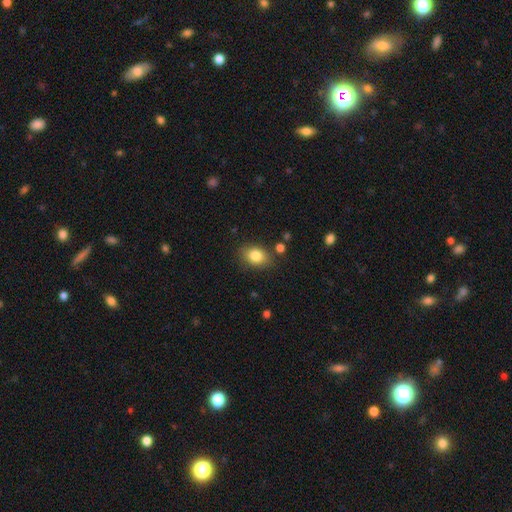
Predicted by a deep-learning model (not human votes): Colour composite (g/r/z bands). It shows a smooth galaxy with no disk features (83%) that is in between round and cigar-shaped (65%). Merging: none (79%).